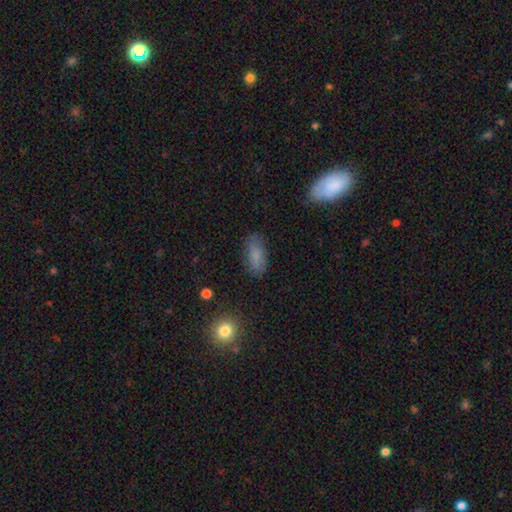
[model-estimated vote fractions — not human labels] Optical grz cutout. It shows a smooth galaxy with no disk features (81%) that is in between round and cigar-shaped (89%). Merging: none (78%).